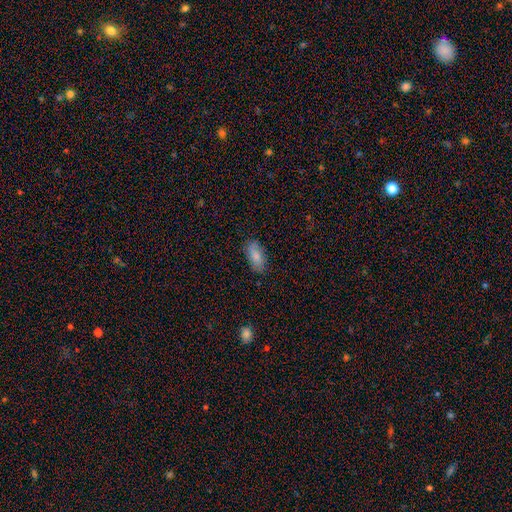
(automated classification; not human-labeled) This appears to be a smooth galaxy with no disk features (85%) that is in between round and cigar-shaped (91%). Merging: none (84%).